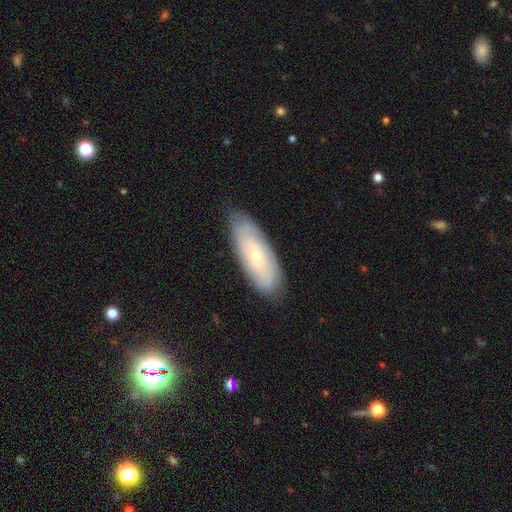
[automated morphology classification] Smooth or featured: featured or disk — 52% (smooth — 41%)
Edge-on disk: no — 82% (yes — 18%)
Merging: none — 81% (minor disturbance — 15%)